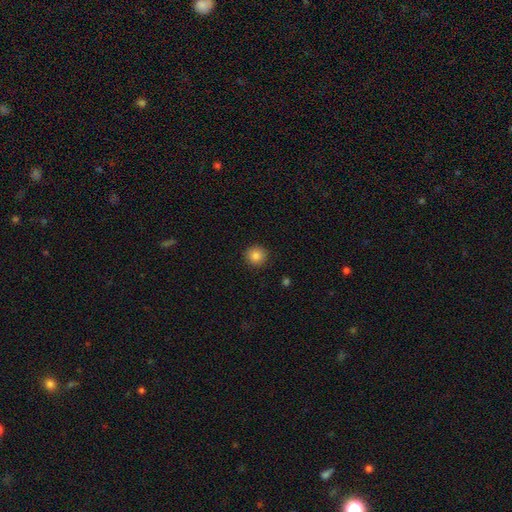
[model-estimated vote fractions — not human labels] A smooth galaxy with no disk features (84%) that is round (93%). Merging: none (92%).